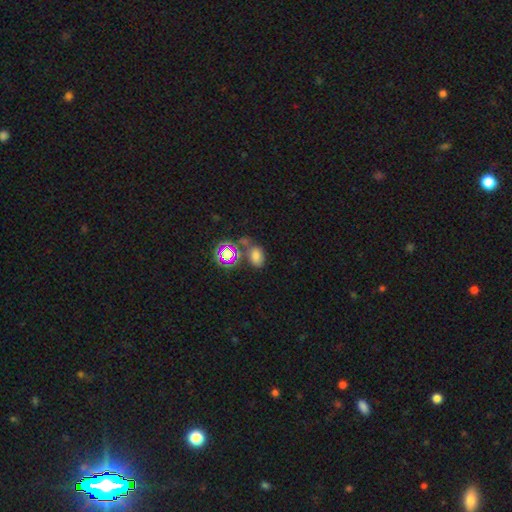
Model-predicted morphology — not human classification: smooth_or_featured: smooth (p=0.64) [alt: star or artifact p=0.25]
how_rounded: in between (p=0.77) [alt: round p=0.22]
merging: none (p=0.52) [alt: merger p=0.22]